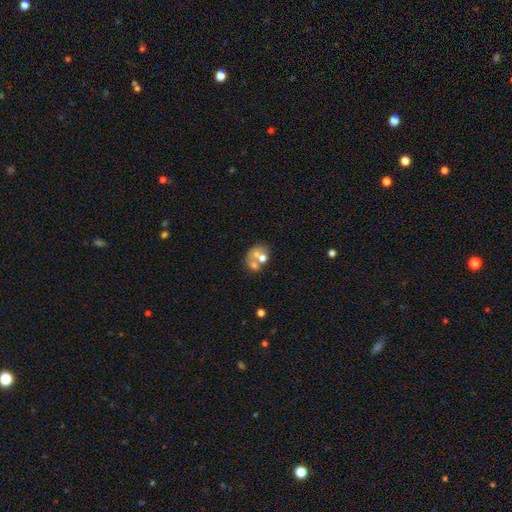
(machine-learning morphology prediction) The model was most divided on "smooth or featured": featured or disk: 43%, smooth: 42%, star or artifact: 15%. Remaining: merging — merger (44%).